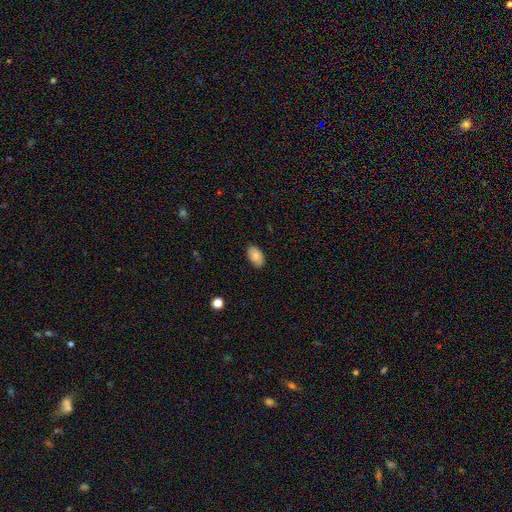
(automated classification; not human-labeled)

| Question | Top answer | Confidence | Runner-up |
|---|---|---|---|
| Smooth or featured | smooth | 86% | featured or disk (7%) |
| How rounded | in between | 94% | round (4%) |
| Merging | none | 88% | minor disturbance (9%) |